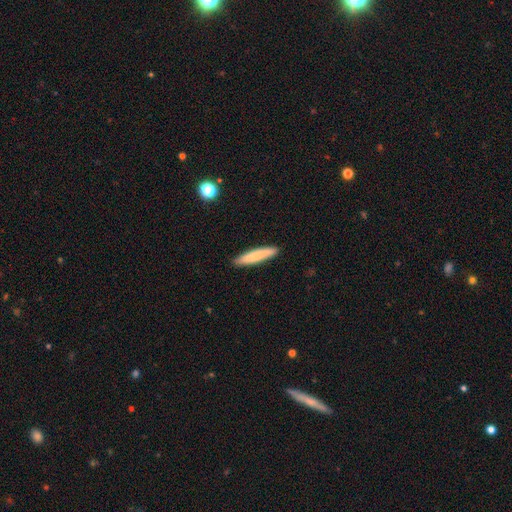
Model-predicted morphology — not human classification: smooth-or-featured: smooth: 81% | featured or disk: 13% | star or artifact: 6%
  how-rounded: cigar-shaped: 89% | in between: 10% | round: 1%
  merging: none: 90% | minor disturbance: 8% | major disturbance: 1% | merger: 1%